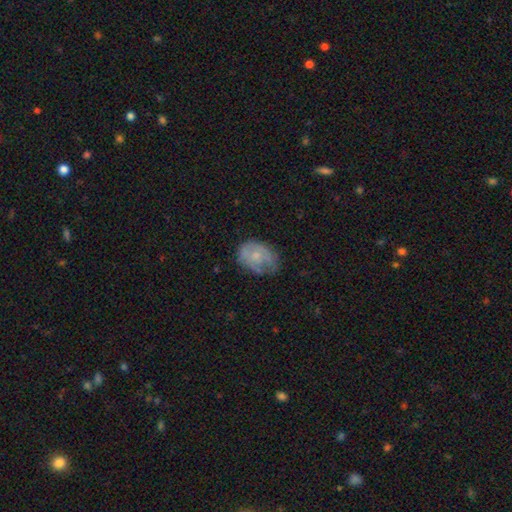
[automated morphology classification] The model was most divided on "smooth or featured": smooth: 54%, featured or disk: 38%, star or artifact: 8%. More confident: how rounded — in between (70%); merging — none (51%).